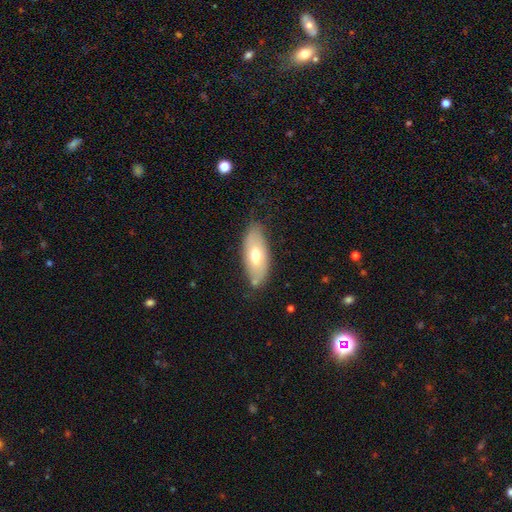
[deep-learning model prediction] A smooth galaxy with no disk features (63%) that is in between round and cigar-shaped (86%).

Vote fractions:
- Smooth or featured? smooth: 63% / featured or disk: 30% / star or artifact: 7%
- How rounded? in between: 86% / cigar-shaped: 11% / round: 3%
- Merging? none: 73% / minor disturbance: 19% / major disturbance: 4% / merger: 4%